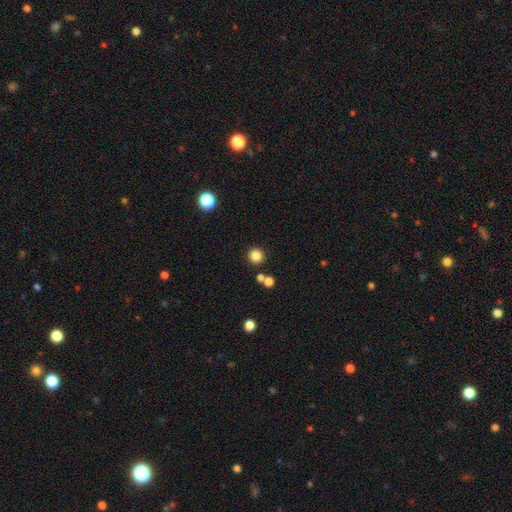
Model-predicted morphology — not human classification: type=smooth (84%); roundness=round (94%); merging=none (87%).